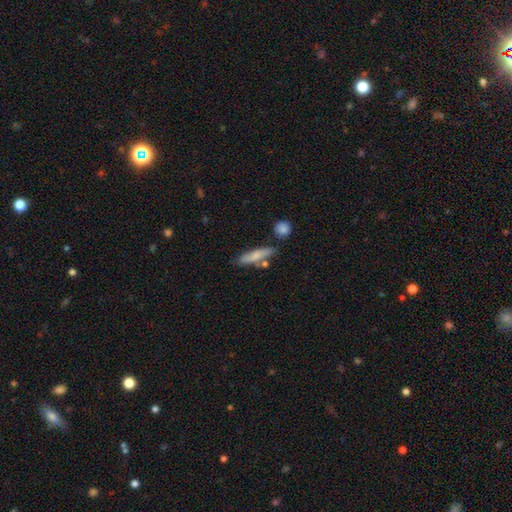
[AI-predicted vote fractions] The model was most divided on "smooth or featured": smooth: 73%, featured or disk: 20%, star or artifact: 7%. More confident: how rounded — cigar-shaped (76%); merging — none (71%).